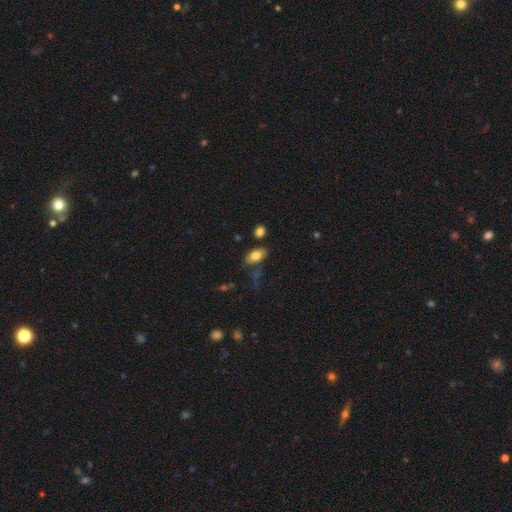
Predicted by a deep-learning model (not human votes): Smooth or featured? smooth (79%)
How rounded? in between (90%)
Merging? none (66%)